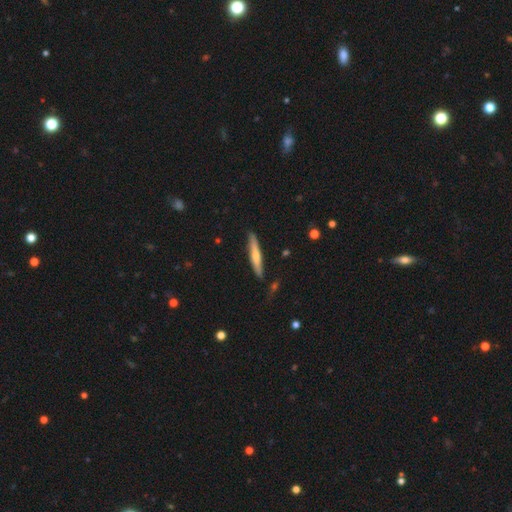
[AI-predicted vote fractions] Smooth or featured? smooth (51%)
How rounded? cigar-shaped (93%)
Merging? none (85%)